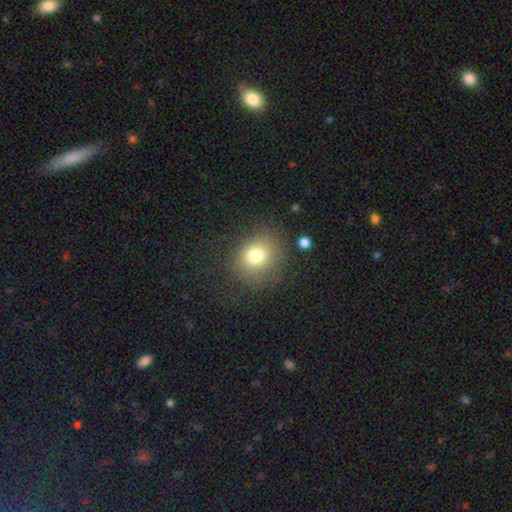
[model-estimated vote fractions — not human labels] Morphology: type=smooth (77%); roundness=round (75%); merging=none (75%).